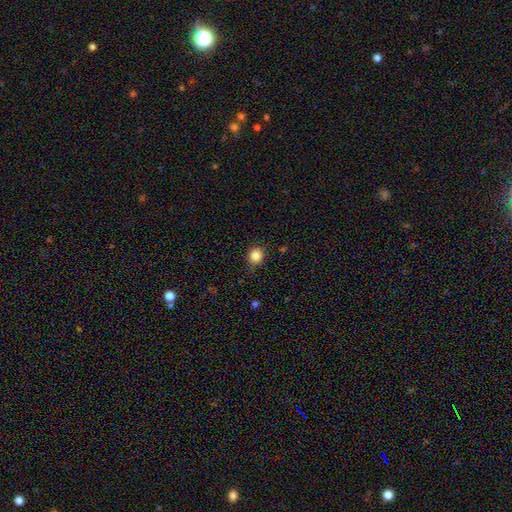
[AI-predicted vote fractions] A smooth galaxy with no disk features (85%) that is round (82%).

Vote fractions:
- Smooth or featured? smooth: 85% / star or artifact: 11% / featured or disk: 4%
- How rounded? round: 82% / in between: 17% / cigar-shaped: 1%
- Merging? none: 80% / minor disturbance: 16% / major disturbance: 3% / merger: 1%